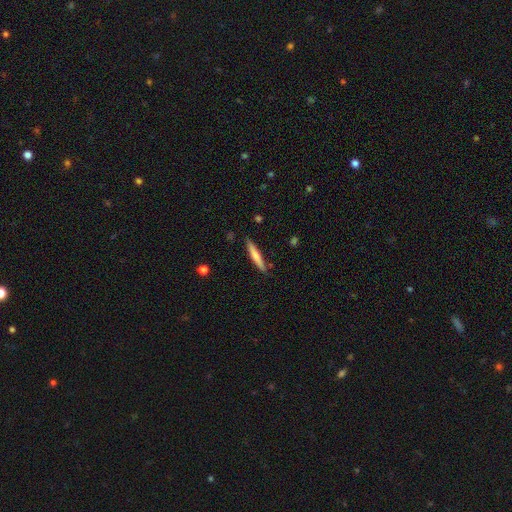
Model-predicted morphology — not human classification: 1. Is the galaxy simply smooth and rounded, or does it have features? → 62% smooth, 33% featured or disk, 6% star or artifact.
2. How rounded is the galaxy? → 93% cigar-shaped, 5% in between, 1% round.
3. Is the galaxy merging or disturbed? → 87% none, 9% minor disturbance, 2% major disturbance, 2% merger.